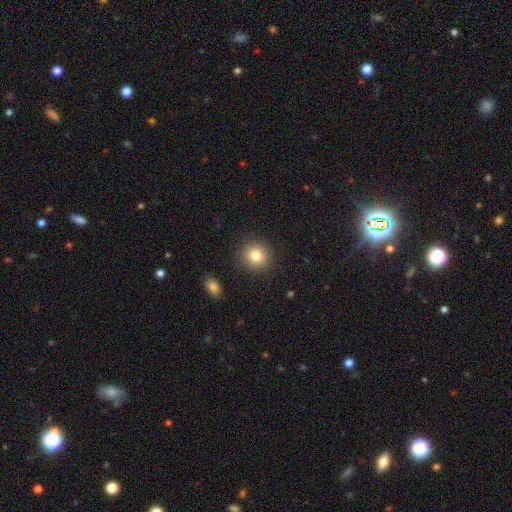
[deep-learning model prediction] Q: Smooth or featured?
A: smooth (82%); runner-up: star or artifact (10%)
Q: How rounded?
A: round (88%); runner-up: in between (11%)
Q: Merging?
A: none (89%); runner-up: minor disturbance (7%)